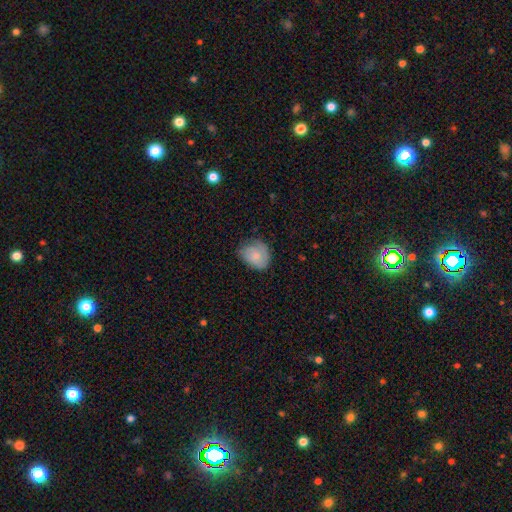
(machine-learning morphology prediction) smooth 72%, featured or disk 21%, star or artifact 7%. Down the decision tree: how rounded — round (55%); merging — none (56%).